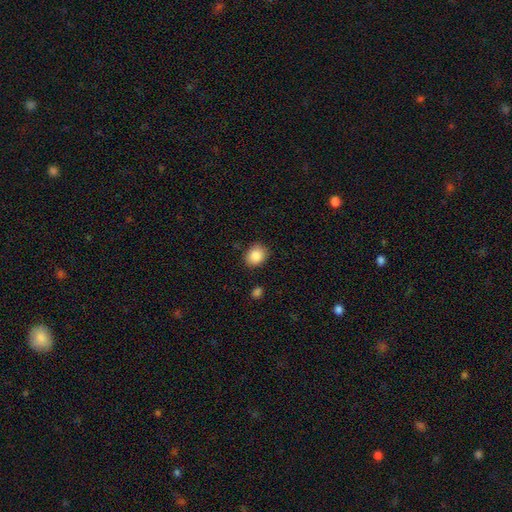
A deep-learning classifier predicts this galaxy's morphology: Smooth or featured?
  - smooth: 87% *
  - star or artifact: 8%
  - featured or disk: 4%
How rounded?
  - round: 61% *
  - in between: 38%
  - cigar-shaped: 1%
Merging?
  - none: 84% *
  - minor disturbance: 12%
  - major disturbance: 3%
  - merger: 2%